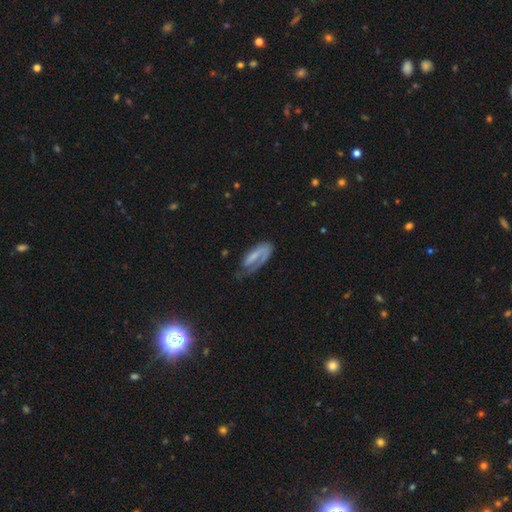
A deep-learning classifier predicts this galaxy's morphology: A featured or disk galaxy (63%) with no bar (35%), spiral arms (82%) and no central bulge (38%). Merging: none (44%).